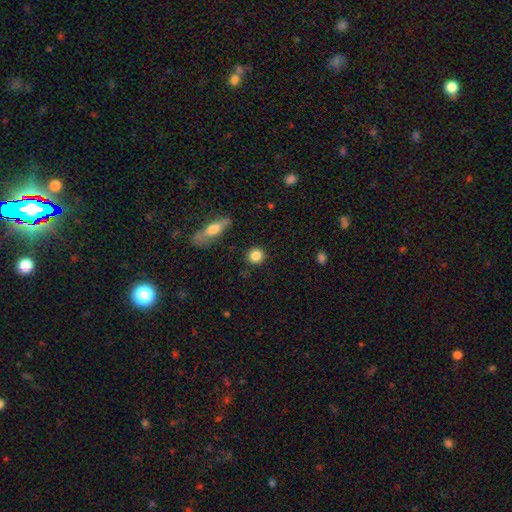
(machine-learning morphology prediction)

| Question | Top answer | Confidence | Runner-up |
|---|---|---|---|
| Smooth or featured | smooth | 86% | star or artifact (8%) |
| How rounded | round | 89% | in between (9%) |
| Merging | none | 88% | minor disturbance (7%) |